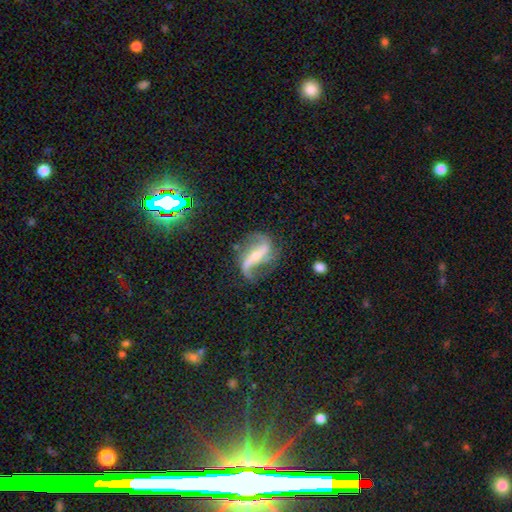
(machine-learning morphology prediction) The model was most divided on "bulge size": small: 61%, moderate: 31%, none: 4%, large: 3%, dominant: 1%. More confident: spiral arms — yes (93%); edge-on disk — no (91%); spiral arm count — 2 (85%); smooth or featured — featured or disk (85%); spiral winding — loose (78%); bar — strong (64%); merging — none (62%).